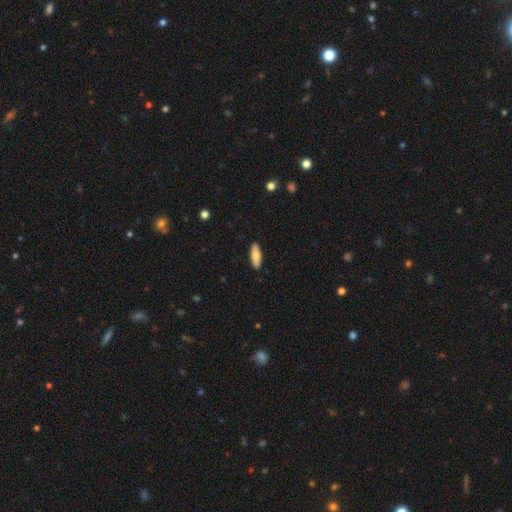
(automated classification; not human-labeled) Smooth or featured? Predicted: smooth (p=0.73). How rounded? Predicted: in between (p=0.55). Merging? Predicted: none (p=0.90).